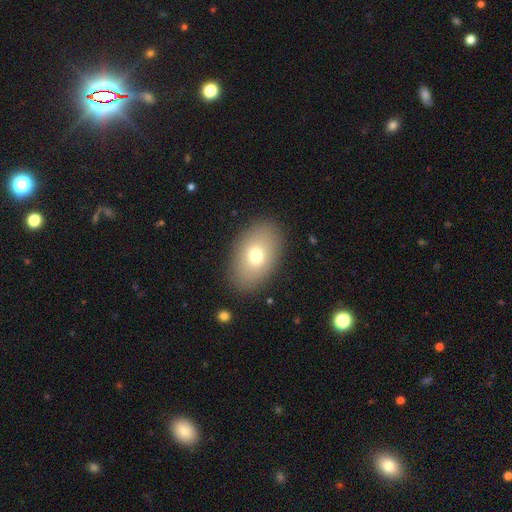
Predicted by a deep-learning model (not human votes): Overall: smooth (73%). How rounded: in between (87%). Merging: none (87%).